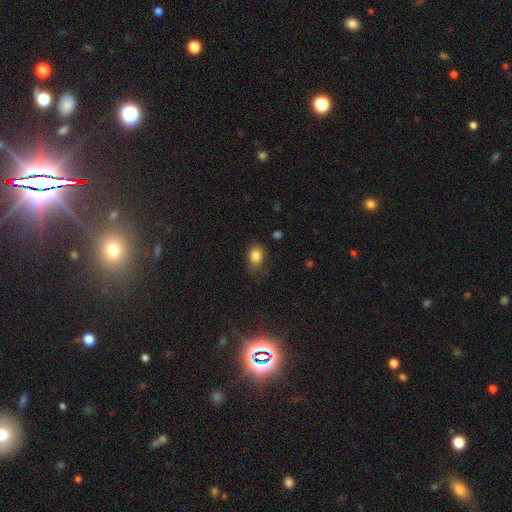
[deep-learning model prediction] This is clearly a smooth galaxy (83%). How rounded: likely in between (66%). Merging: likely none (64%).